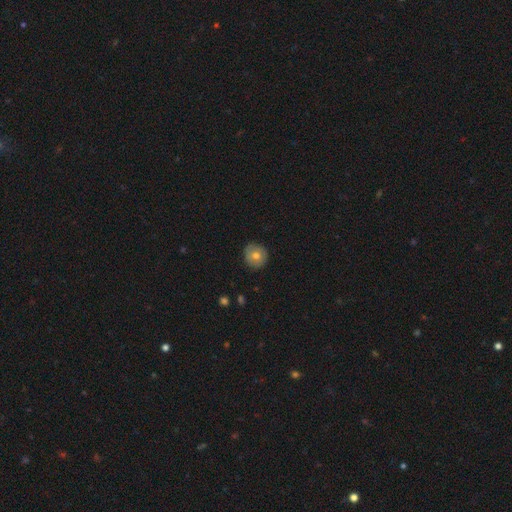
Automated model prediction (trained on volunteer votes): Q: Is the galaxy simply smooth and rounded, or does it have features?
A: smooth — 70%.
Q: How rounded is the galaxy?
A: round — 92%.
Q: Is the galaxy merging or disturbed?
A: none — 85%.